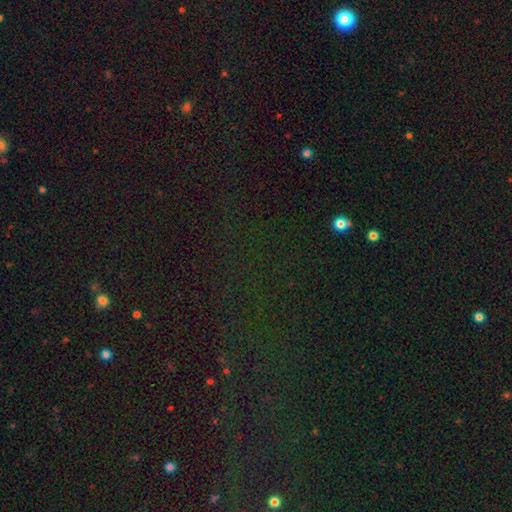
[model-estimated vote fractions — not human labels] Smooth or featured? Predicted: star or artifact (p=0.77).